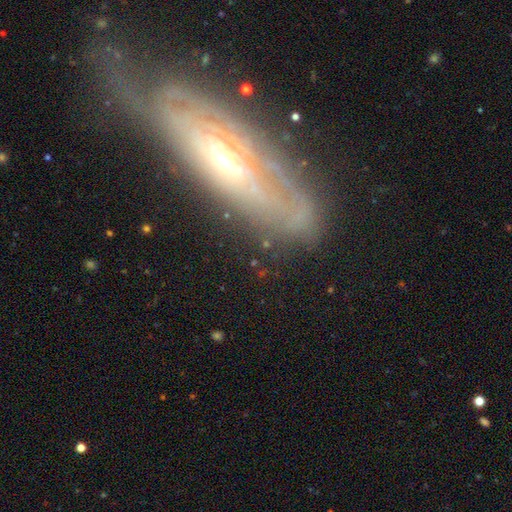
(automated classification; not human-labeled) A featured or disk galaxy (79%) with no bar (62%), spiral arms (78%) and a small central bulge (54%).

Vote fractions:
- Smooth or featured? featured or disk: 79% / smooth: 13% / star or artifact: 7%
- Edge-on disk? no: 75% / yes: 25%
- Bar? no: 62% / weak: 27% / strong: 11%
- Spiral arms? yes: 78% / no: 22%
- Bulge size? small: 54% / moderate: 41% / large: 2% / none: 1% / dominant: 1%
- Merging? none: 63% / minor disturbance: 21% / major disturbance: 13% / merger: 4%